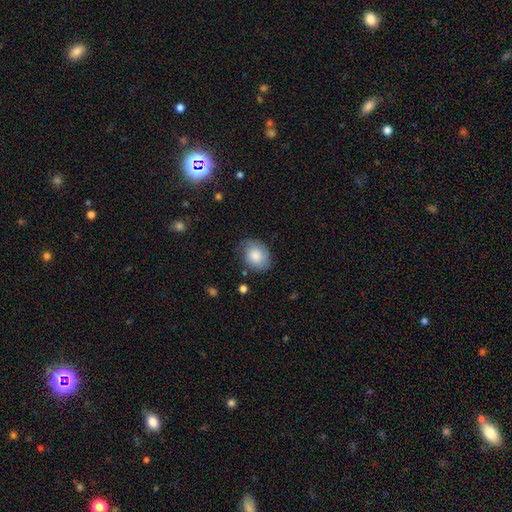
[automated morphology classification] Smooth or featured?
  - smooth: 80% *
  - featured or disk: 13%
  - star or artifact: 7%
How rounded?
  - in between: 54% *
  - round: 45%
  - cigar-shaped: 1%
Merging?
  - none: 70% *
  - minor disturbance: 23%
  - major disturbance: 5%
  - merger: 2%